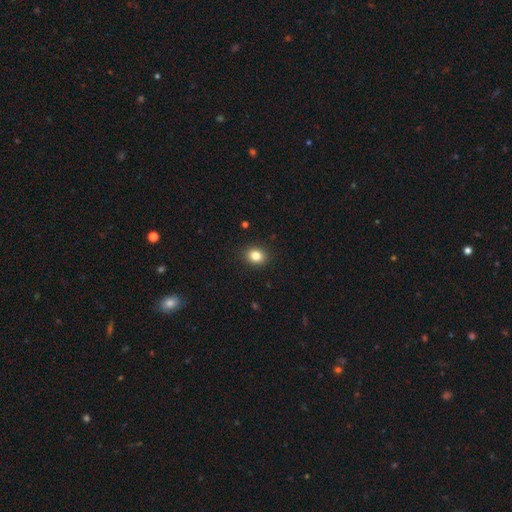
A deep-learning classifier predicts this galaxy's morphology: A smooth galaxy with no disk features (83%) that is round (58%).

Vote fractions:
- Smooth or featured? smooth: 83% / star or artifact: 11% / featured or disk: 6%
- How rounded? round: 58% / in between: 41% / cigar-shaped: 1%
- Merging? none: 91% / minor disturbance: 7% / major disturbance: 2% / merger: 1%